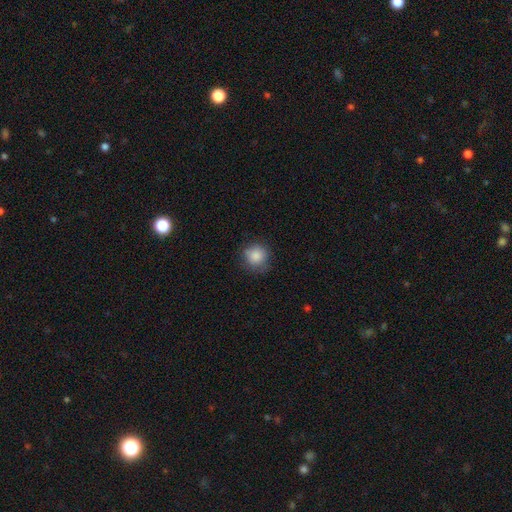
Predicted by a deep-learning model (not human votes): Q: Smooth or featured?
A: smooth (85%); runner-up: star or artifact (9%)
Q: How rounded?
A: round (89%); runner-up: in between (10%)
Q: Merging?
A: none (75%); runner-up: minor disturbance (19%)